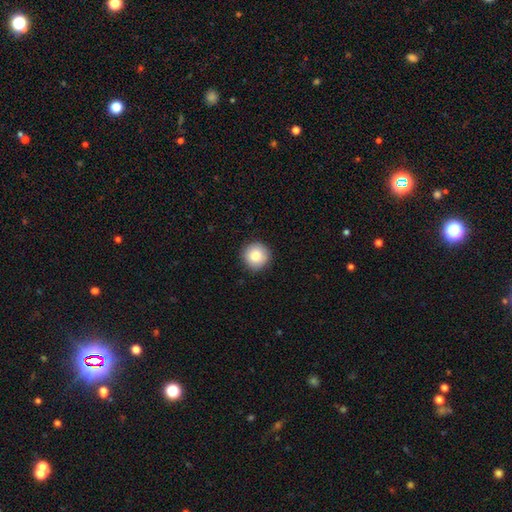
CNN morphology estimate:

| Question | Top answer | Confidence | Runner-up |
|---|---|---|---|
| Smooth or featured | smooth | 84% | star or artifact (8%) |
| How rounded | round | 95% | in between (4%) |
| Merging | none | 91% | minor disturbance (7%) |